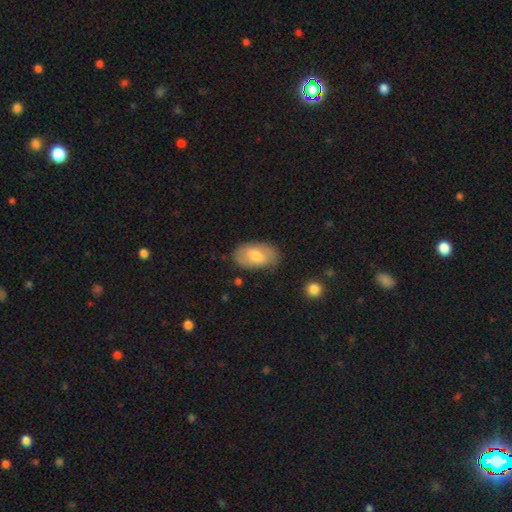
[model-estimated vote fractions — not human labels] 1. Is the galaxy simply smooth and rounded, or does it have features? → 63% smooth, 30% featured or disk, 7% star or artifact.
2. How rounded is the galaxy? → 92% in between, 6% round, 2% cigar-shaped.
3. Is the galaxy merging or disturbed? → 74% none, 20% minor disturbance, 5% major disturbance, 2% merger.